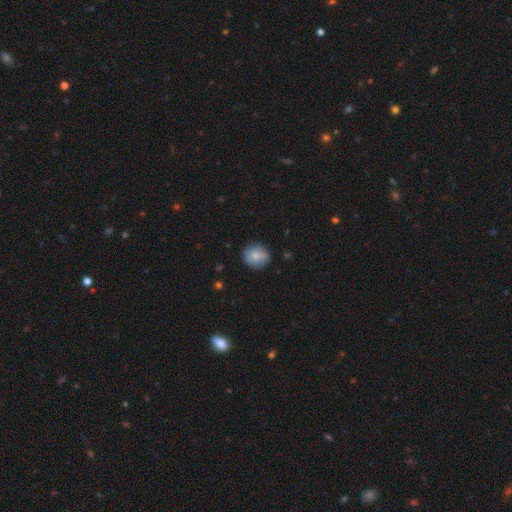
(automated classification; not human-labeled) The model was most divided on "smooth or featured": smooth: 72%, featured or disk: 20%, star or artifact: 8%. More confident: how rounded — round (83%); merging — none (77%).